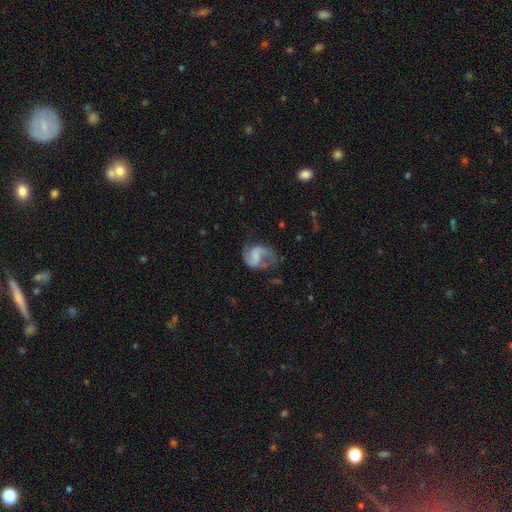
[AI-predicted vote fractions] smooth-or-featured: featured or disk: 78% | smooth: 15% | star or artifact: 7%
  disk-edge-on: no: 98% | yes: 2%
    bar: weak: 45% | no: 35% | strong: 20%
    has-spiral-arms: yes: 93% | no: 7%
      spiral-winding: medium: 46% | loose: 41% | tight: 13%
      spiral-arm-count: 2: 82% | 1: 11% | can't tell: 4% | 3: 1% | 4: 1% | more than 4: 1%
    bulge-size: none: 50% | small: 28% | moderate: 16% | large: 5% | dominant: 1%
  merging: none: 52% | major disturbance: 23% | minor disturbance: 23% | merger: 3%